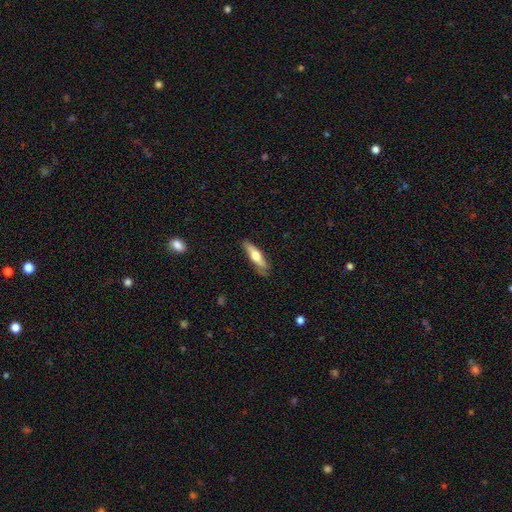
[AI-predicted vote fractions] Smooth or featured? Predicted: smooth (p=0.56). How rounded? Predicted: cigar-shaped (p=0.68). Merging? Predicted: none (p=0.77).